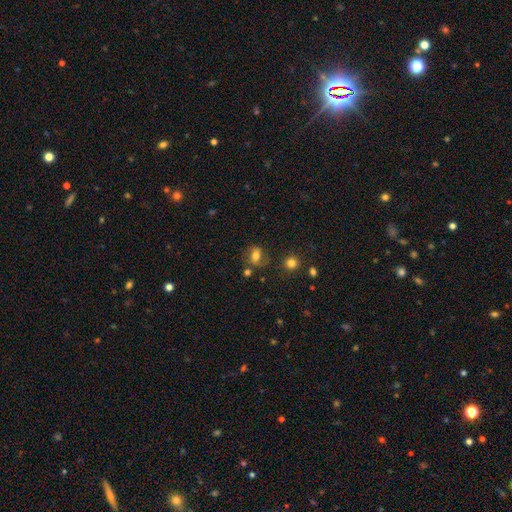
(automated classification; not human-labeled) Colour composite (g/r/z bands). It shows a smooth galaxy with no disk features (62%) that is in between round and cigar-shaped (58%). Merging: none (60%).